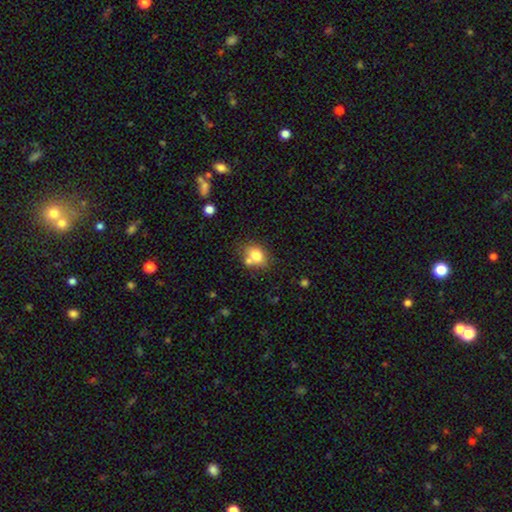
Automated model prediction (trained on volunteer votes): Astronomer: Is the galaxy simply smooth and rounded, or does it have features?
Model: smooth — 76%.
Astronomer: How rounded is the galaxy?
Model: in between — 54% (runner-up: round, 45%).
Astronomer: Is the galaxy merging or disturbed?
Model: none — 56%.